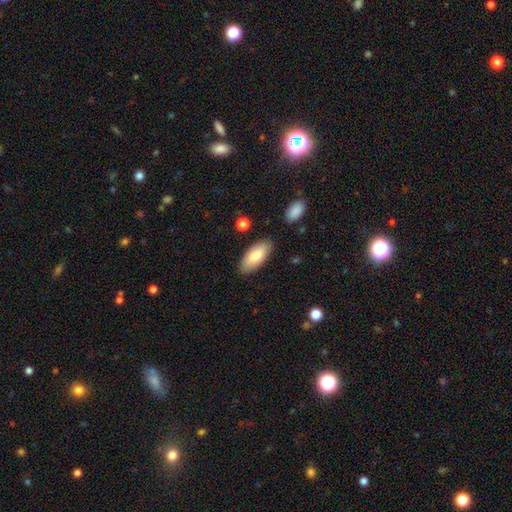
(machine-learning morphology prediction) Smooth or featured? Predicted: smooth (p=0.82). How rounded? Predicted: in between (p=0.86). Merging? Predicted: none (p=0.85).